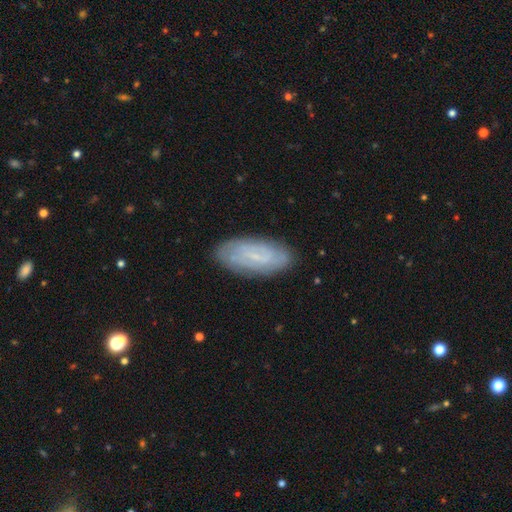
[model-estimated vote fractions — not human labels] A featured or disk galaxy (55%). Merging: none (83%).